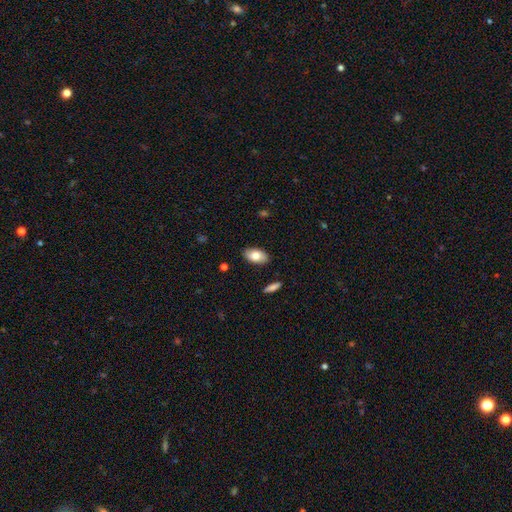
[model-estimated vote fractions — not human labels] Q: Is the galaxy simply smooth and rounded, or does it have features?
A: smooth — 79%.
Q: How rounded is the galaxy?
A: in between — 94%.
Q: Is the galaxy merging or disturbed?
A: none — 87%.